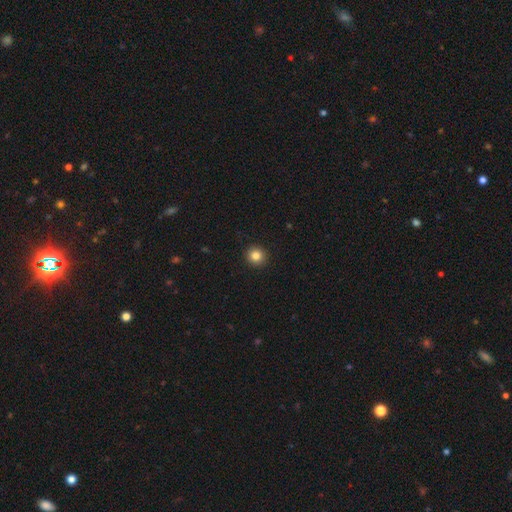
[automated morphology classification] Smooth or featured? smooth (84%)
How rounded? round (93%)
Merging? none (93%)